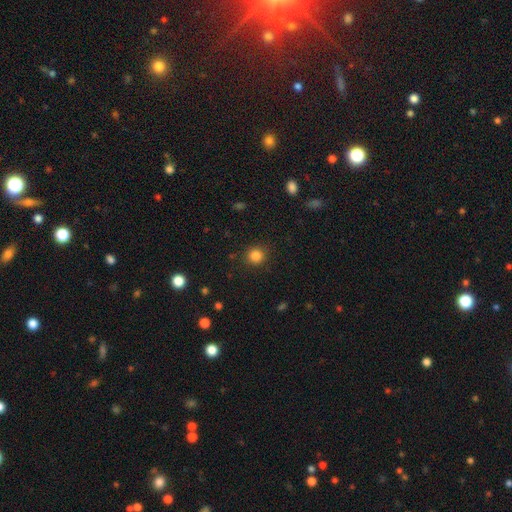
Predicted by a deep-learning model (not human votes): smooth_or_featured: smooth (p=0.84) [alt: star or artifact p=0.12]
how_rounded: round (p=0.91) [alt: in between p=0.08]
merging: none (p=0.90) [alt: minor disturbance p=0.07]